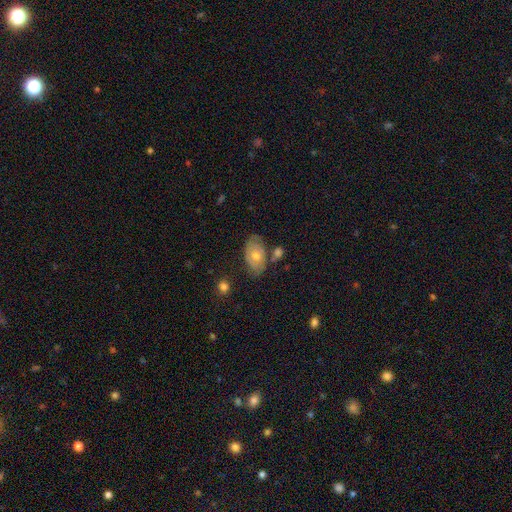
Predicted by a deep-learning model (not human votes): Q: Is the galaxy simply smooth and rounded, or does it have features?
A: smooth — 47%.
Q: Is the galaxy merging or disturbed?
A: none — 61%.